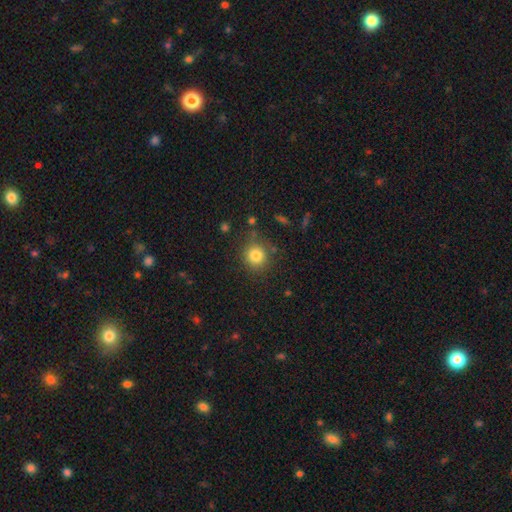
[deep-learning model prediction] This appears to be a smooth galaxy with no disk features (81%) that is round (90%). Merging: none (82%).